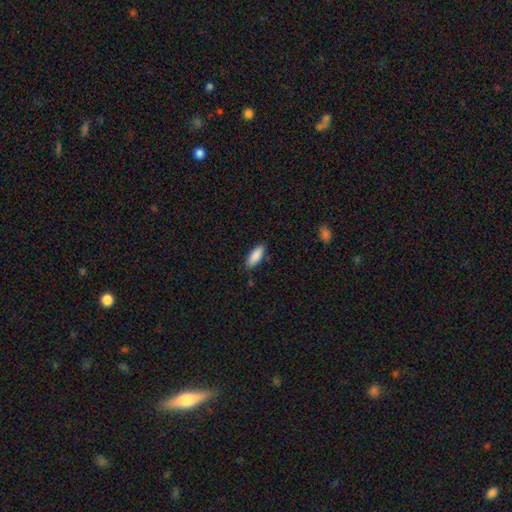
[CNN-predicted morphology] This is clearly a smooth galaxy (89%). How rounded: likely in between (75%). Merging: clearly none (83%).